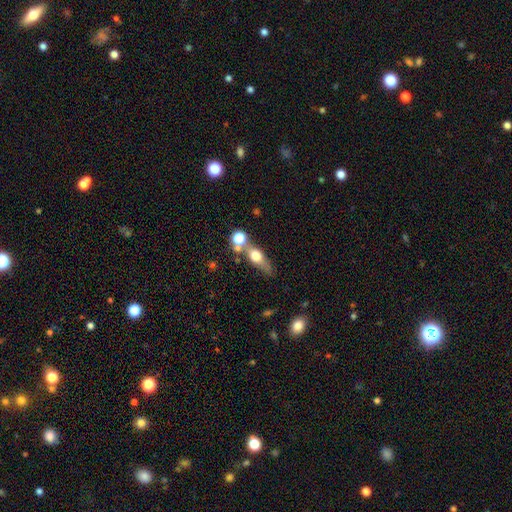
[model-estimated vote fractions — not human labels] This is possibly a smooth galaxy (50%). Merging: possibly none (53%).